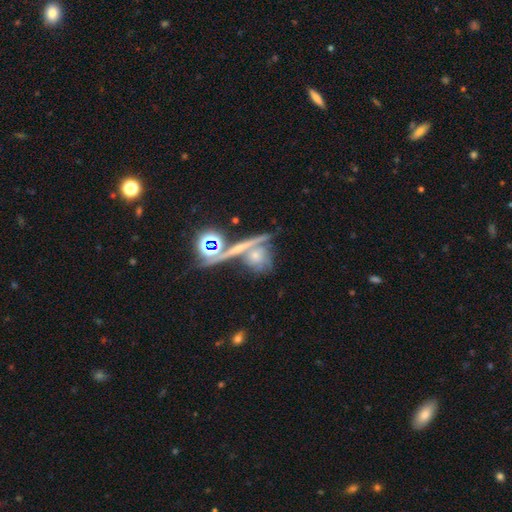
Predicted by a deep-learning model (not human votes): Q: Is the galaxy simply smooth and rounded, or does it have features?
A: featured or disk — 47%.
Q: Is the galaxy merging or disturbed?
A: none — 43%.